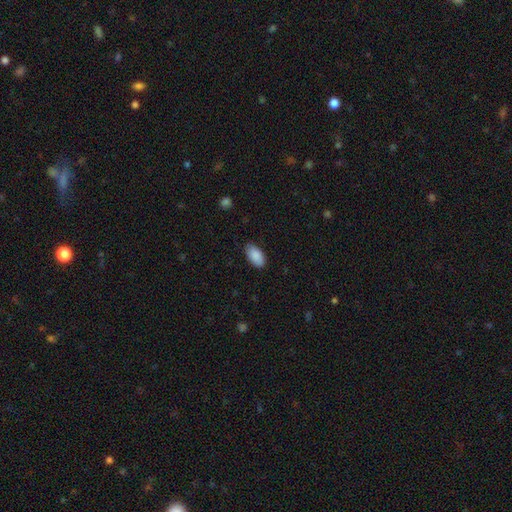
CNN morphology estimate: Smooth or featured: smooth — 90% (star or artifact — 6%)
How rounded: in between — 95% (round — 3%)
Merging: none — 83% (minor disturbance — 14%)